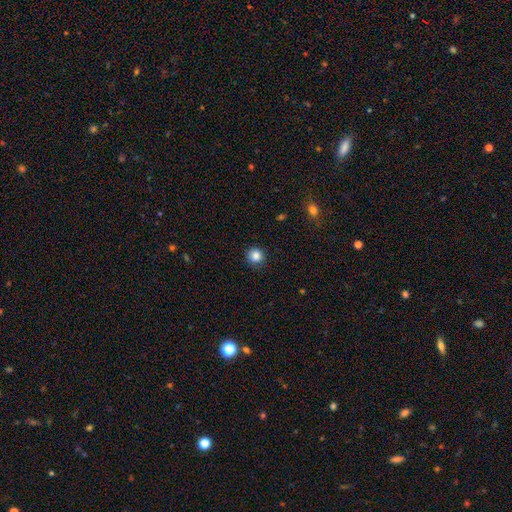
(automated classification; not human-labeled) Morphology: type=smooth (85%); roundness=round (93%); merging=none (90%).